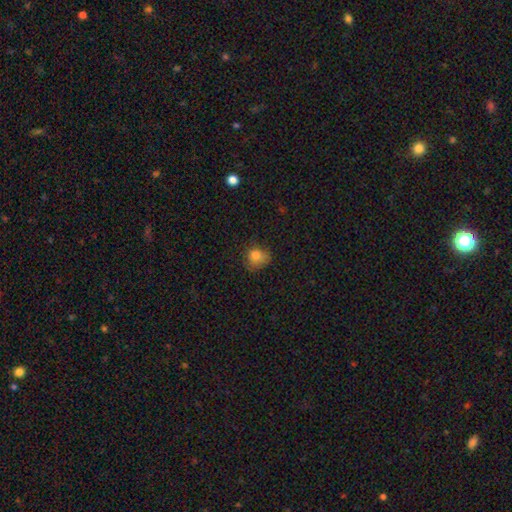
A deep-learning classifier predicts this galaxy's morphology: Smooth or featured: smooth — 79% (star or artifact — 12%)
How rounded: round — 73% (in between — 27%)
Merging: none — 58% (minor disturbance — 29%)